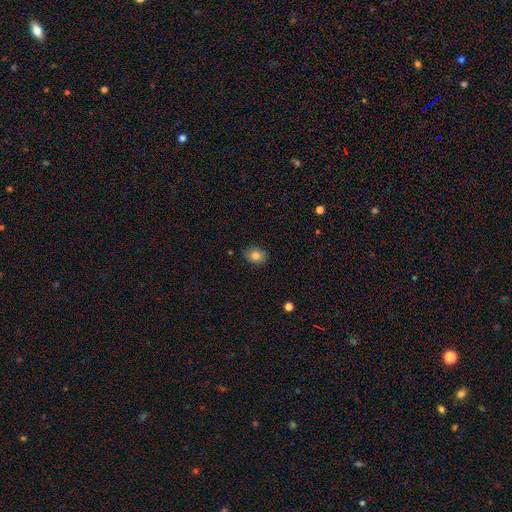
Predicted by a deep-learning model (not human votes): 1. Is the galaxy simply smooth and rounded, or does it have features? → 82% smooth, 10% star or artifact, 8% featured or disk.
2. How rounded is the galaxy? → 56% in between, 43% round, 1% cigar-shaped.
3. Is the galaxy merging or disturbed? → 85% none, 11% minor disturbance, 2% major disturbance, 1% merger.